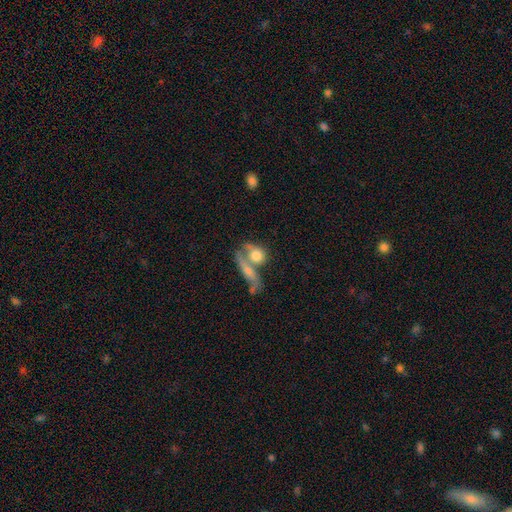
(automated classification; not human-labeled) The model was most divided on "how rounded": in between: 47%, round: 43%, cigar-shaped: 10%. More confident: smooth or featured — smooth (62%); merging — merger (54%).